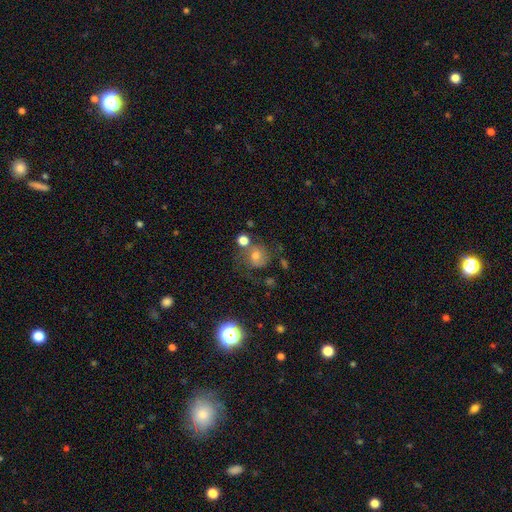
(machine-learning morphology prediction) A smooth galaxy with no disk features (53%) that is round (81%).

Vote fractions:
- Smooth or featured? smooth: 53% / featured or disk: 31% / star or artifact: 15%
- How rounded? round: 81% / in between: 18% / cigar-shaped: 1%
- Merging? none: 50% / minor disturbance: 18% / merger: 17% / major disturbance: 15%